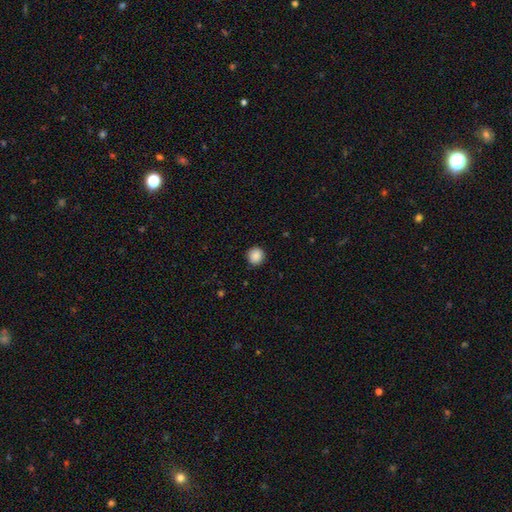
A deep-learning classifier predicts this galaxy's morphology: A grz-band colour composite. It shows a smooth galaxy with no disk features (88%) that is round (93%). Merging: none (91%).